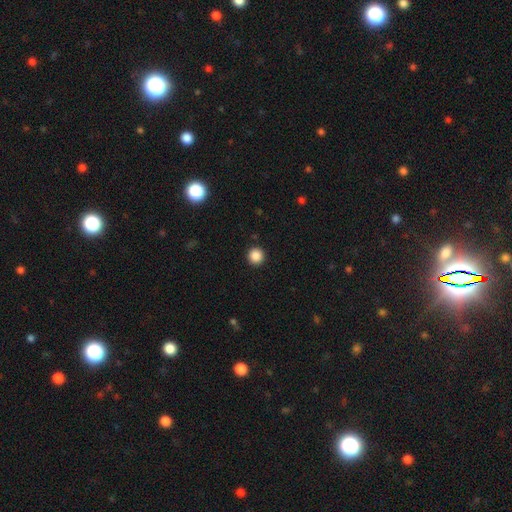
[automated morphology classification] smooth-or-featured: smooth: 87% | star or artifact: 11% | featured or disk: 3%
  how-rounded: round: 95% | in between: 4% | cigar-shaped: 1%
  merging: none: 93% | minor disturbance: 5% | major disturbance: 2% | merger: 1%